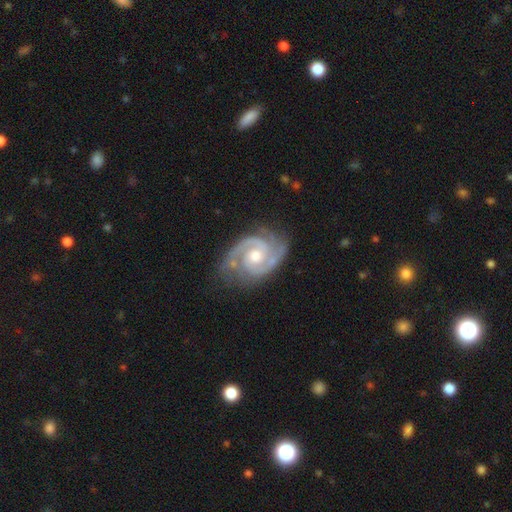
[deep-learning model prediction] A featured or disk galaxy (93%) with no bar (61%), 2 (83%) tight (53%) spiral arms (99%) and a moderate central bulge (69%). Merging: none (76%).